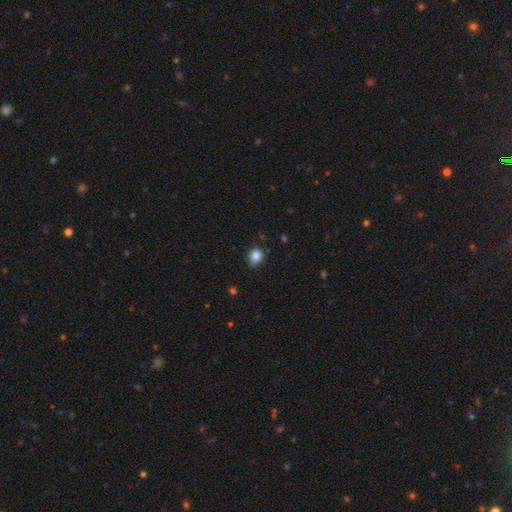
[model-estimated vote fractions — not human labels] Smooth or featured?
  - smooth: 85% *
  - star or artifact: 10%
  - featured or disk: 4%
How rounded?
  - round: 72% *
  - in between: 27%
  - cigar-shaped: 1%
Merging?
  - none: 77% *
  - minor disturbance: 18%
  - major disturbance: 3%
  - merger: 1%